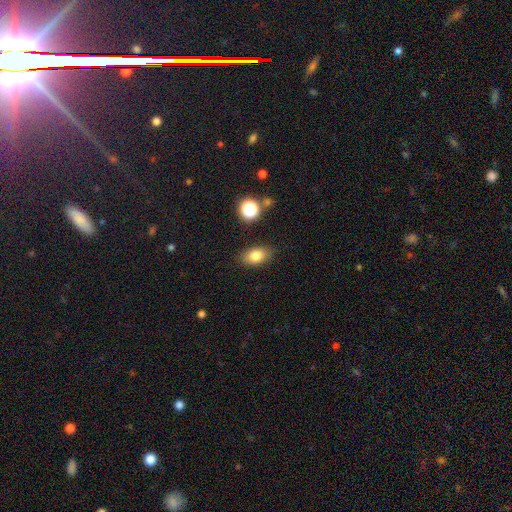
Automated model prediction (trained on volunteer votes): The model was most divided on "smooth or featured": smooth: 80%, star or artifact: 10%, featured or disk: 10%. More confident: how rounded — in between (85%); merging — none (84%).